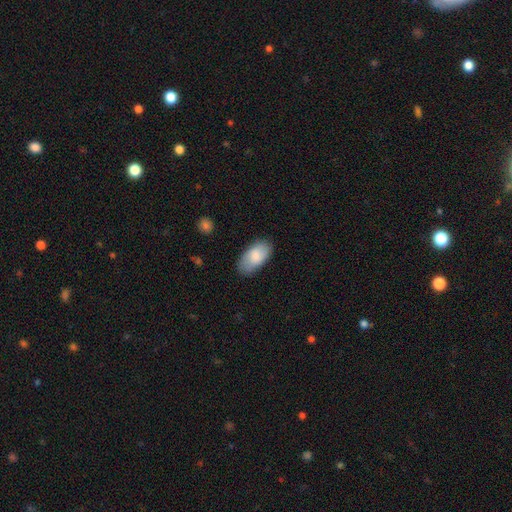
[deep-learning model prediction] This appears to be a smooth galaxy with no disk features (82%) that is in between round and cigar-shaped (95%). Merging: none (80%).